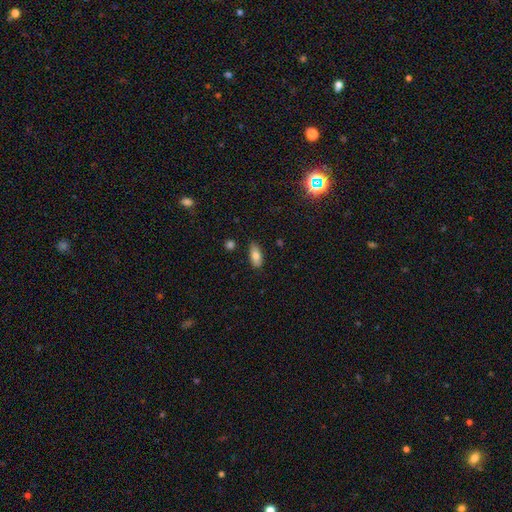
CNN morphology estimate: This is likely a smooth galaxy (78%). How rounded: clearly in between (87%). Merging: clearly none (82%).